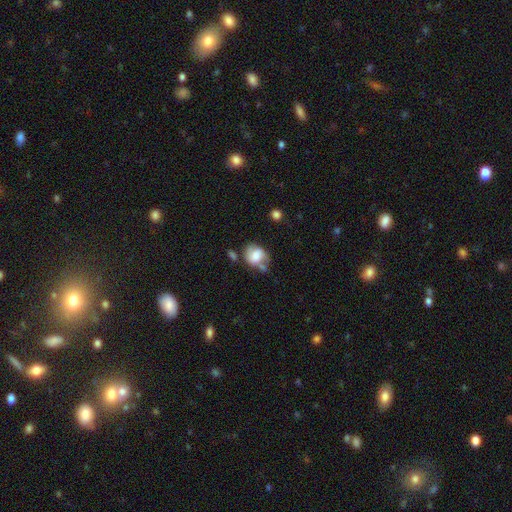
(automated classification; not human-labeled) Overall: smooth (58%; featured or disk 34%). How rounded: round (52%; in between 47%). Merging: none (40%; minor disturbance 28%).